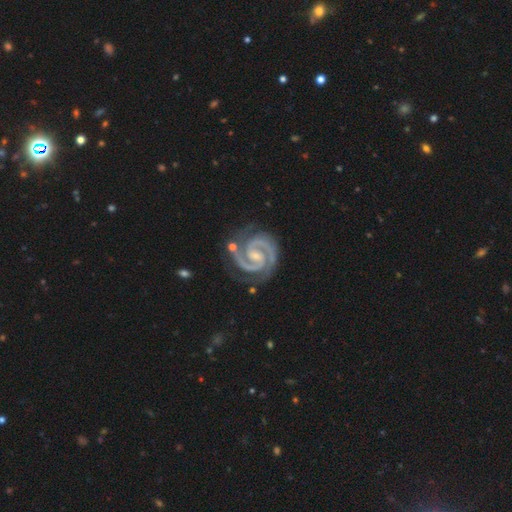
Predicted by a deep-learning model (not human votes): smooth-or-featured: featured or disk: 94% | star or artifact: 4% | smooth: 2%
  disk-edge-on: no: 98% | yes: 2%
    bar: weak: 39% | no: 36% | strong: 25%
    has-spiral-arms: yes: 99% | no: 1%
      spiral-winding: tight: 64% | medium: 33% | loose: 3%
      spiral-arm-count: 2: 93% | 3: 3% | can't tell: 1% | 1: 1% | 4: 1% | more than 4: 1%
    bulge-size: small: 71% | moderate: 20% | none: 7% | large: 1% | dominant: 1%
  merging: none: 78% | minor disturbance: 15% | major disturbance: 4% | merger: 4%